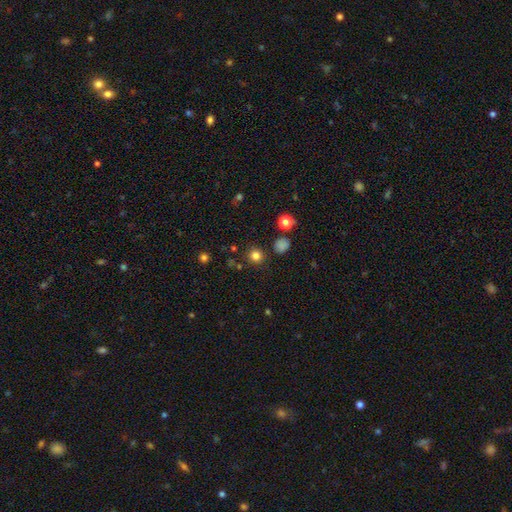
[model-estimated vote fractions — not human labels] smooth-or-featured: smooth: 80% | star or artifact: 15% | featured or disk: 5%
  how-rounded: round: 90% | in between: 9% | cigar-shaped: 1%
  merging: none: 87% | minor disturbance: 7% | merger: 3% | major disturbance: 3%